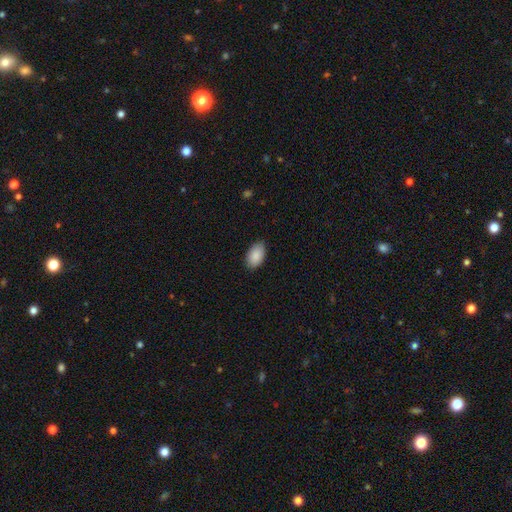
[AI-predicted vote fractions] This appears to be a smooth galaxy with no disk features (89%) that is in between round and cigar-shaped (94%). Merging: none (86%).